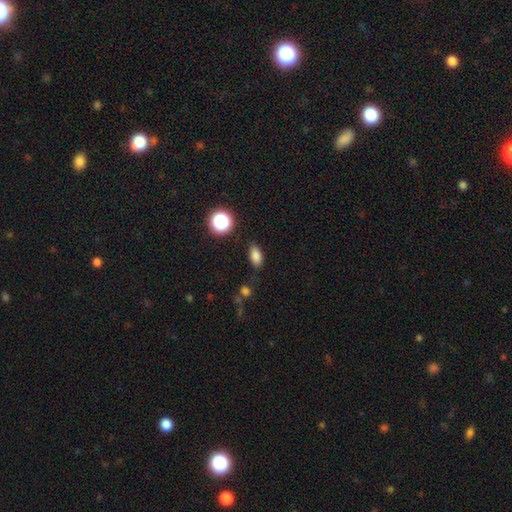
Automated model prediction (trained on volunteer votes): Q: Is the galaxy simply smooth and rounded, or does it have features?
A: smooth — 82%.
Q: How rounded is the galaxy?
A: in between — 85%.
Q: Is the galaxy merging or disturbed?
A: none — 81%.